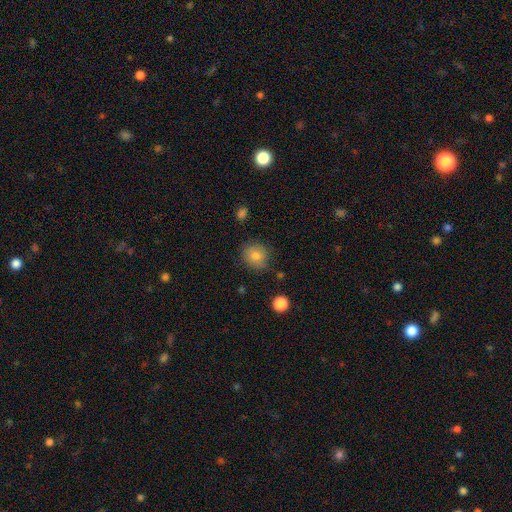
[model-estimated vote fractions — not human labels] smooth 79%, featured or disk 11%, star or artifact 10%. Down the decision tree: how rounded — round (80%); merging — none (80%).